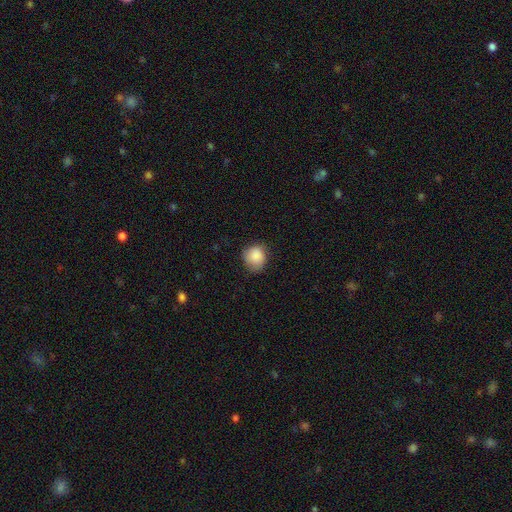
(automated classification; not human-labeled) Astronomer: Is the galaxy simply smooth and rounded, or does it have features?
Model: smooth — 86%.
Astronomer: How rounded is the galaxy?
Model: round — 79%.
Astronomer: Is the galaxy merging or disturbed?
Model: none — 65%.